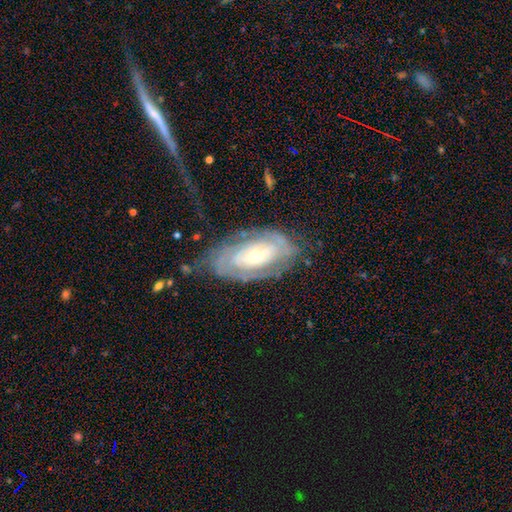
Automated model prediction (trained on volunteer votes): Smooth or featured?
  - featured or disk: 78% *
  - smooth: 16%
  - star or artifact: 6%
Edge-on disk?
  - no: 93% *
  - yes: 7%
Bar?
  - no: 67% *
  - weak: 22%
  - strong: 10%
Spiral arms?
  - yes: 82% *
  - no: 18%
Spiral winding?
  - tight: 71% *
  - medium: 21%
  - loose: 8%
Spiral arm count?
  - can't tell: 49% *
  - 2: 29%
  - 3: 8%
  - 1: 7%
  - 4: 4%
  - more than 4: 3%
Bulge size?
  - small: 51% *
  - moderate: 43%
  - large: 4%
  - dominant: 1%
  - none: 1%
Merging?
  - none: 57% *
  - minor disturbance: 22%
  - major disturbance: 18%
  - merger: 2%